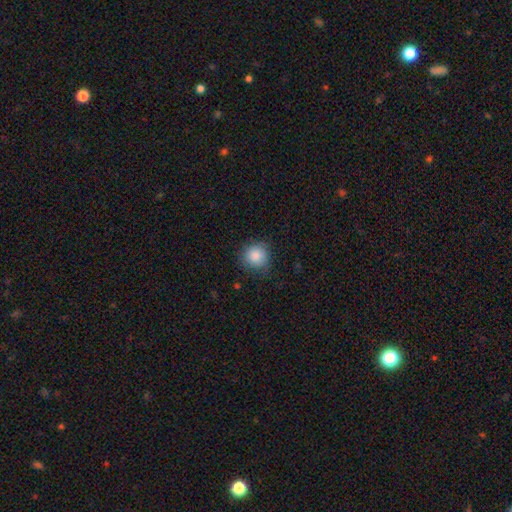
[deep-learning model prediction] This is clearly a smooth galaxy (85%). How rounded: clearly round (91%). Merging: likely none (78%).